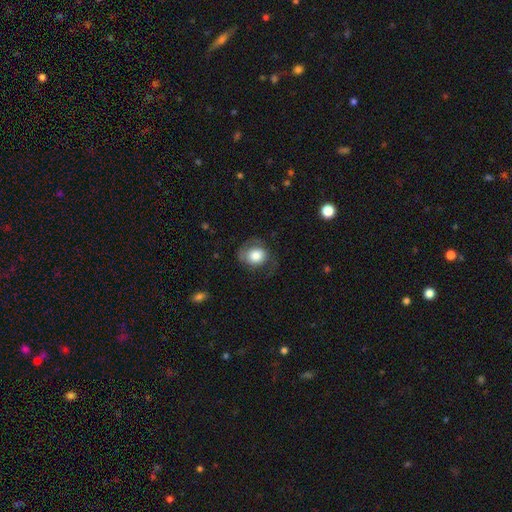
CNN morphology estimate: type=smooth (70%); roundness=round (67%); merging=none (55%).